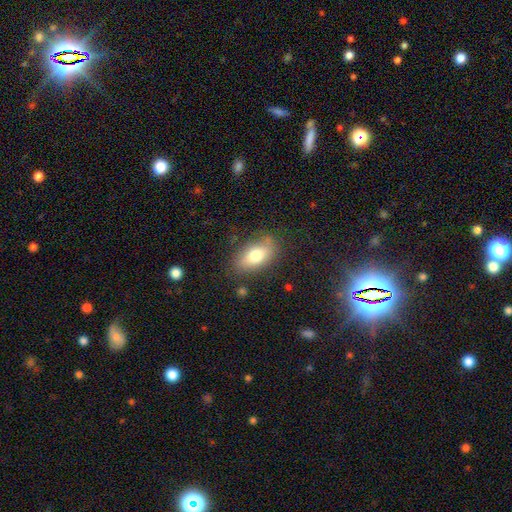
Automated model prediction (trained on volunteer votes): A smooth galaxy with no disk features (74%) that is in between round and cigar-shaped (89%). Merging: none (77%).